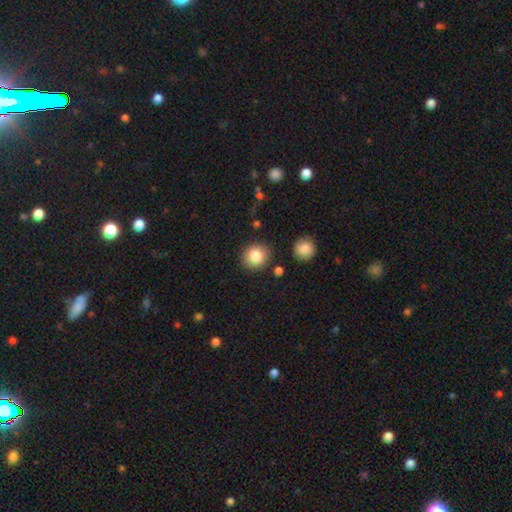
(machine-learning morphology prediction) Overall: smooth (84%). How rounded: round (80%). Merging: none (85%).